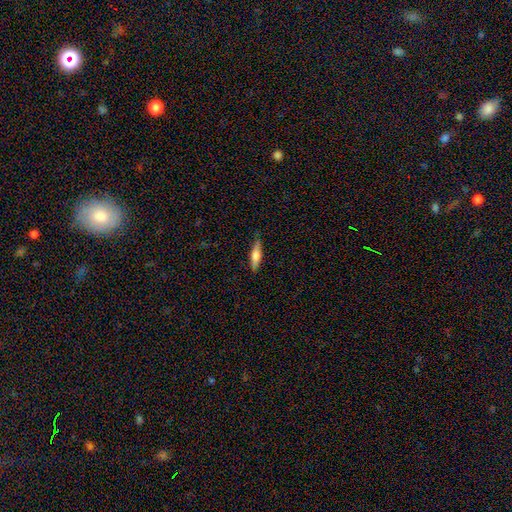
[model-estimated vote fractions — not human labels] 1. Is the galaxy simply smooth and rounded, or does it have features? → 61% smooth, 33% featured or disk, 6% star or artifact.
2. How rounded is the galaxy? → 72% cigar-shaped, 26% in between, 2% round.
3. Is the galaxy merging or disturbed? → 79% none, 17% minor disturbance, 3% major disturbance, 1% merger.